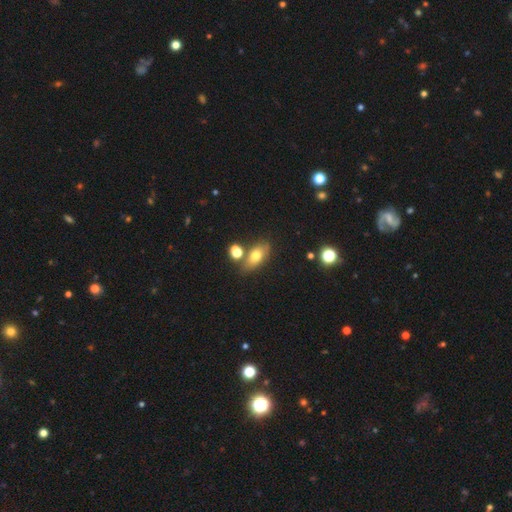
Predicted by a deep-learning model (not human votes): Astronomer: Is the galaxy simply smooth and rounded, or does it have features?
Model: smooth — 70%.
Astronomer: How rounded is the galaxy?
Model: in between — 82%.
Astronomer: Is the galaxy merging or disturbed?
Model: none — 66%.